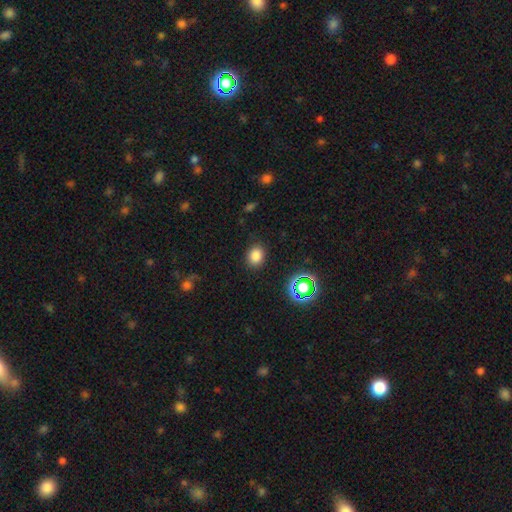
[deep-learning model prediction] This is clearly a smooth galaxy (80%). How rounded: likely round (63%). Merging: clearly none (87%).